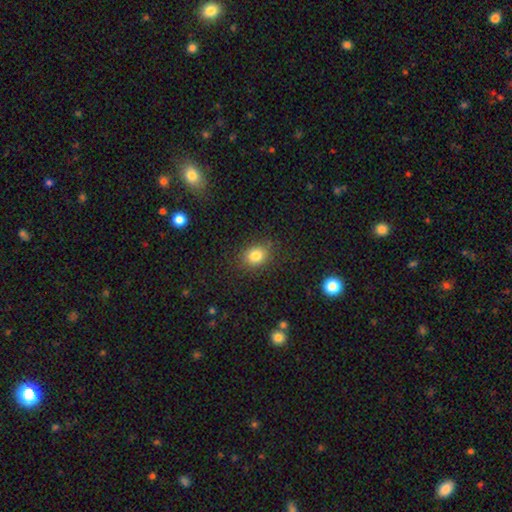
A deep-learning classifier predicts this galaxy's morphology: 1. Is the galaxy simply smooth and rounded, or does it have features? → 82% smooth, 12% star or artifact, 6% featured or disk.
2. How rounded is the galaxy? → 56% round, 43% in between, 1% cigar-shaped.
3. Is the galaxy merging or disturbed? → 83% none, 12% minor disturbance, 4% major disturbance, 1% merger.